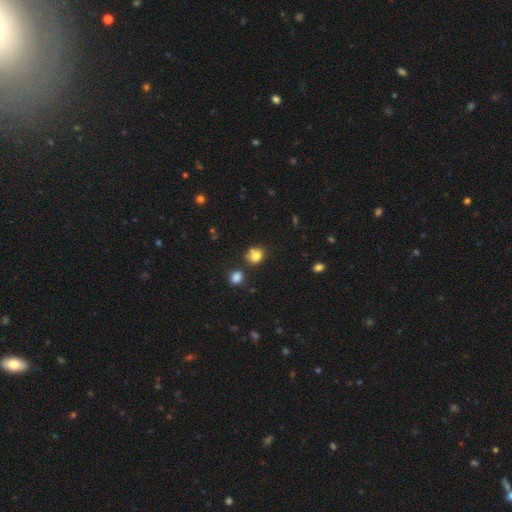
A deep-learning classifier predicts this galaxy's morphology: Overall: smooth (79%). How rounded: round (68%; in between 31%). Merging: none (58%; merger 20%).